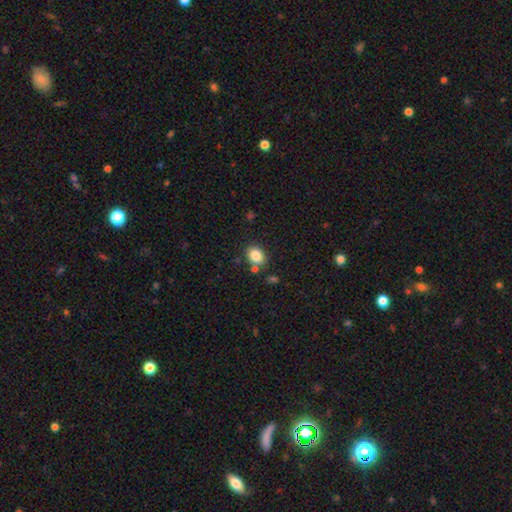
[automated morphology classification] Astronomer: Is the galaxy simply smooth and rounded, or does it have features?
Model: smooth — 85%.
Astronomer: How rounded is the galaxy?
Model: in between — 59% (runner-up: round, 40%).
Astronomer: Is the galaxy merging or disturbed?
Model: none — 75%.